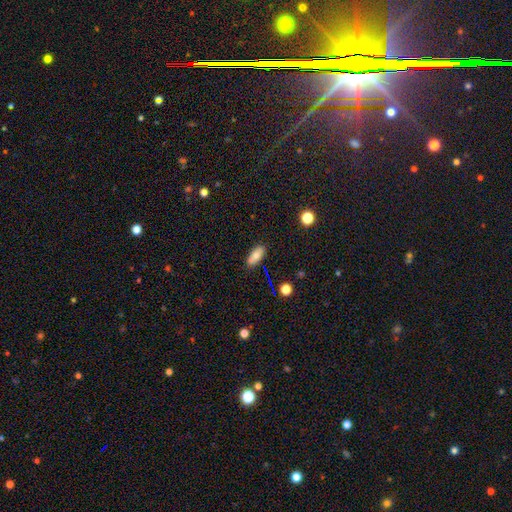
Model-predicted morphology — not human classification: This is likely a smooth galaxy (78%). How rounded: clearly in between (82%). Merging: clearly none (86%).